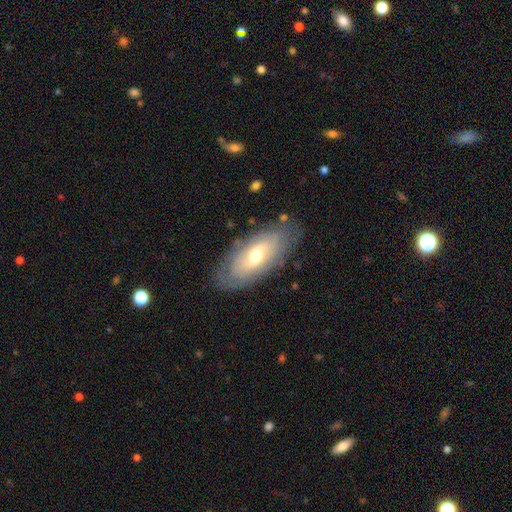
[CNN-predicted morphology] type=featured or disk (54%); edge-on=no (81%); merging=none (79%).